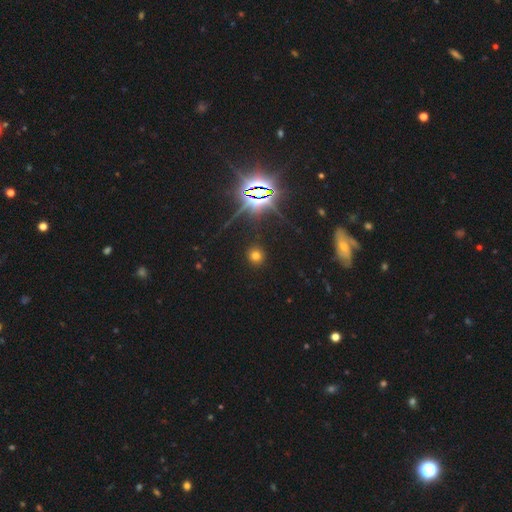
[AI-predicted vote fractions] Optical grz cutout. It shows a smooth galaxy with no disk features (64%) that is round (91%). Merging: none (90%).